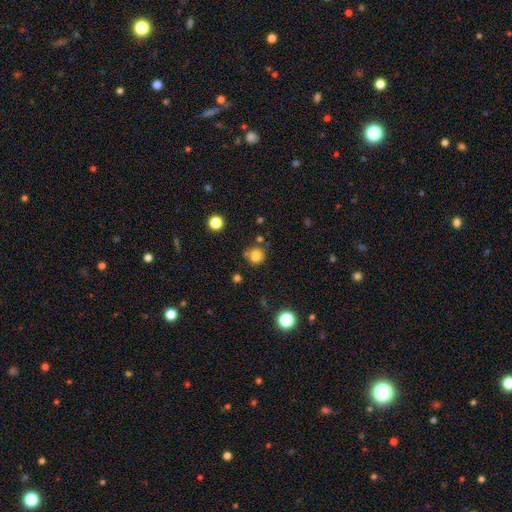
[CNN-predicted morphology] Smooth or featured: smooth — 78% (star or artifact — 15%)
How rounded: round — 81% (in between — 18%)
Merging: none — 68% (minor disturbance — 15%)